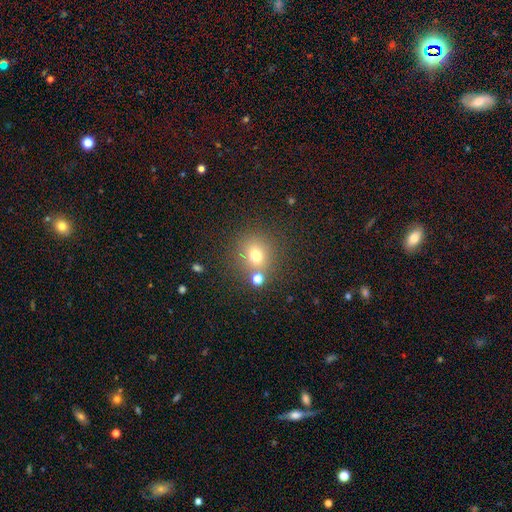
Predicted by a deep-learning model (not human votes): Morphology: type=smooth (71%); roundness=round (82%); merging=none (70%).